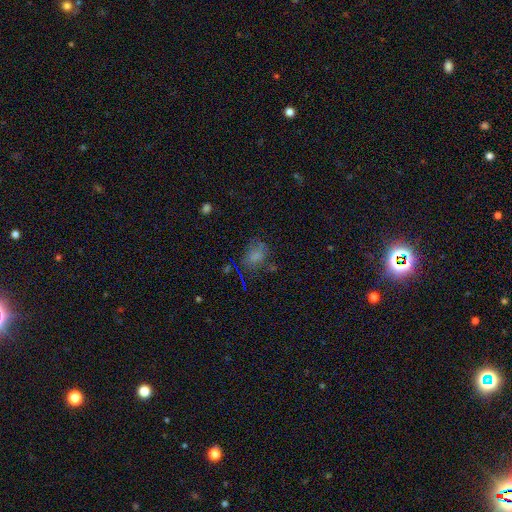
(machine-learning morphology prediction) smooth 63%, star or artifact 24%, featured or disk 13%. Down the decision tree: how rounded — in between (68%); merging — none (55%).